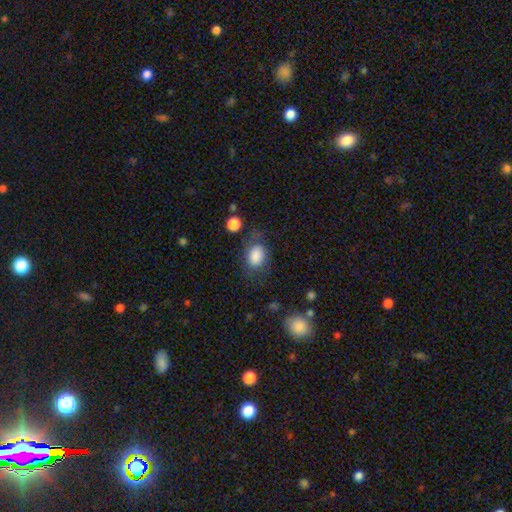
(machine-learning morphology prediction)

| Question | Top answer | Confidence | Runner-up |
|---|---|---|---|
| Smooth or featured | smooth | 84% | featured or disk (8%) |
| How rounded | in between | 68% | round (31%) |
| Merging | none | 61% | minor disturbance (23%) |